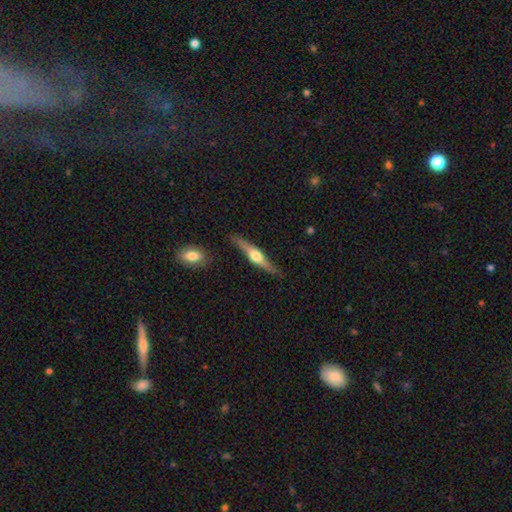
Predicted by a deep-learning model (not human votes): Smooth or featured?
  - featured or disk: 70% *
  - smooth: 25%
  - star or artifact: 5%
Edge-on disk?
  - yes: 96% *
  - no: 4%
Edge-on bulge?
  - rounded: 94% *
  - boxy: 4%
  - none: 2%
Merging?
  - none: 82% *
  - minor disturbance: 13%
  - major disturbance: 3%
  - merger: 2%